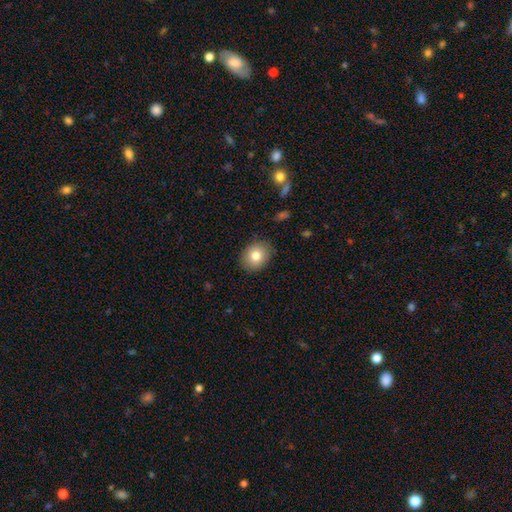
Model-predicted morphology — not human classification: smooth 80%, featured or disk 11%, star or artifact 9%. Down the decision tree: how rounded — round (59%); merging — none (87%).